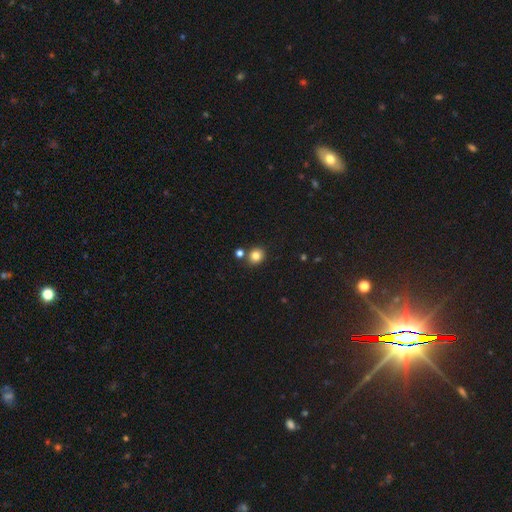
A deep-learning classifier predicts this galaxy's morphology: This appears to be a smooth galaxy with no disk features (82%) that is round (80%). Merging: none (80%).